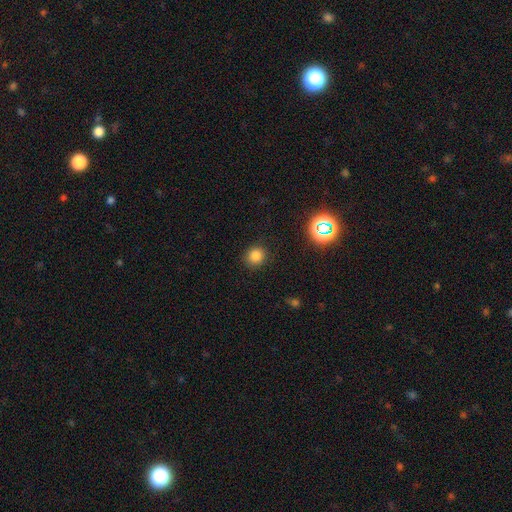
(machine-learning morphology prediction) The model was most divided on "smooth or featured": smooth: 80%, star or artifact: 16%, featured or disk: 5%. More confident: merging — none (89%); how rounded — round (87%).